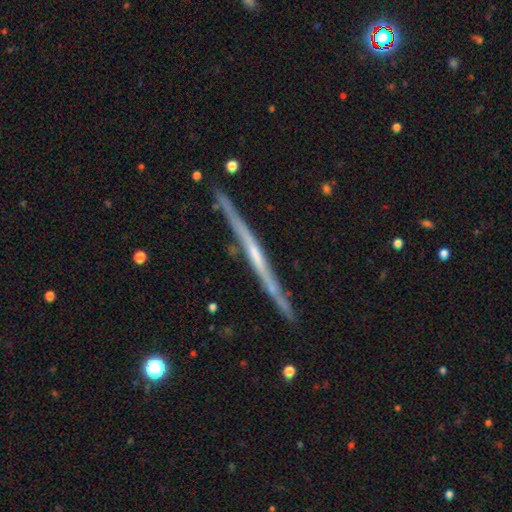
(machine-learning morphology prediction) featured or disk 78%, smooth 15%, star or artifact 6%. Down the decision tree: edge-on disk — yes (97%); edge-on bulge — none (67%); merging — none (88%).